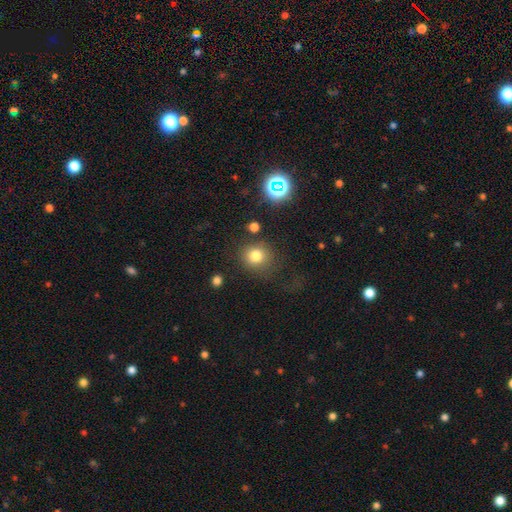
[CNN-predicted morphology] A smooth galaxy with no disk features (78%) that is round (84%). Merging: none (72%).